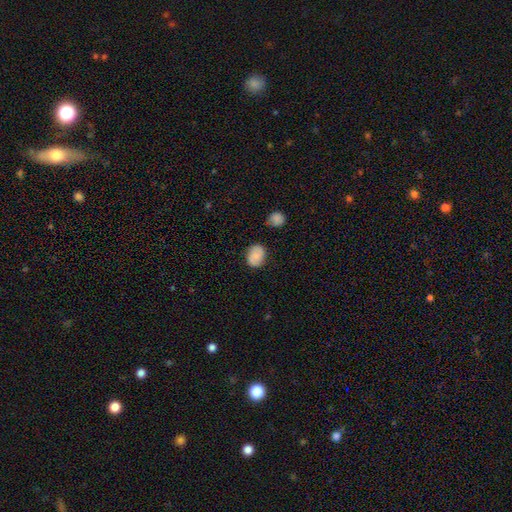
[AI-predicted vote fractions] smooth-or-featured: smooth: 75% | featured or disk: 16% | star or artifact: 8%
  how-rounded: in between: 55% | round: 43% | cigar-shaped: 1%
  merging: none: 75% | minor disturbance: 18% | major disturbance: 4% | merger: 3%